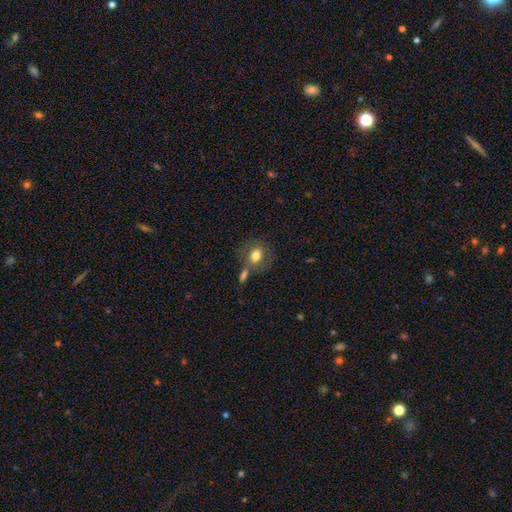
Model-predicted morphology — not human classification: This appears to be a smooth galaxy with no disk features (76%) that is round (63%). Merging: none (56%).